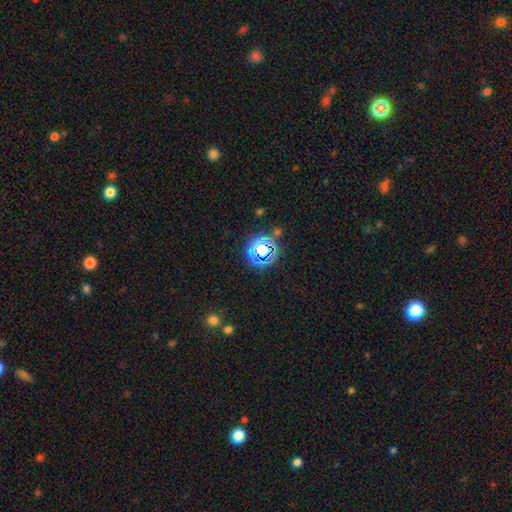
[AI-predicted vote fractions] Smooth or featured: star or artifact — 66% (smooth — 24%)